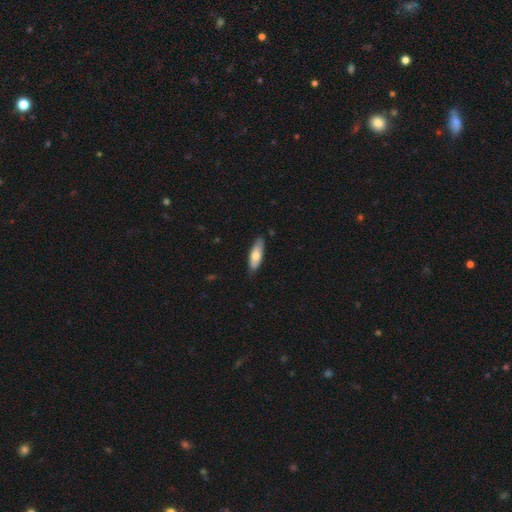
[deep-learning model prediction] smooth-or-featured: smooth: 70% | featured or disk: 24% | star or artifact: 6%
  how-rounded: in between: 58% | cigar-shaped: 41% | round: 2%
  merging: none: 81% | minor disturbance: 16% | major disturbance: 2% | merger: 1%